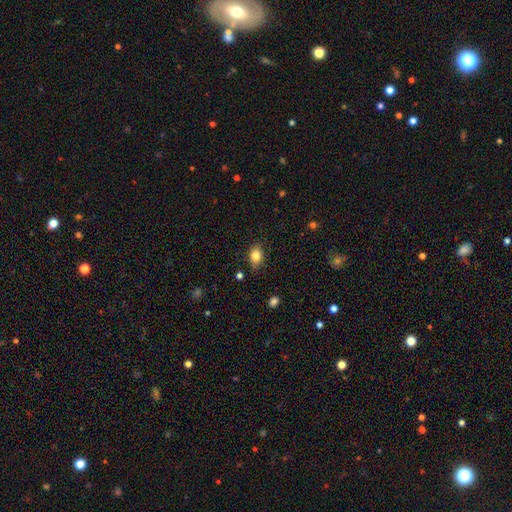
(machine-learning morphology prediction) This appears to be a smooth galaxy with no disk features (83%) that is in between round and cigar-shaped (71%). Merging: none (80%).